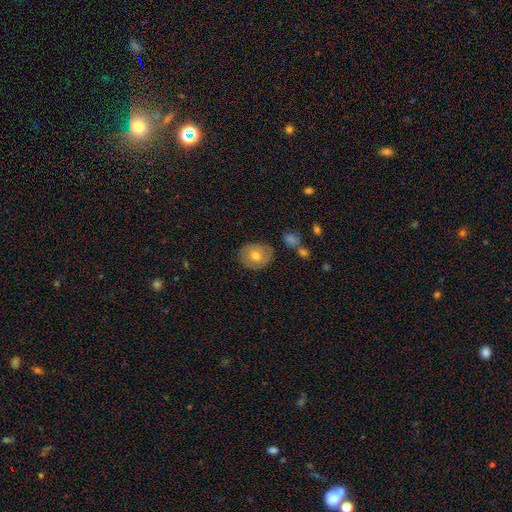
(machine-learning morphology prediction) A smooth galaxy with no disk features (57%) that is round (64%).

Vote fractions:
- Smooth or featured? smooth: 57% / featured or disk: 35% / star or artifact: 8%
- How rounded? round: 64% / in between: 35% / cigar-shaped: 1%
- Merging? none: 75% / minor disturbance: 17% / major disturbance: 5% / merger: 3%